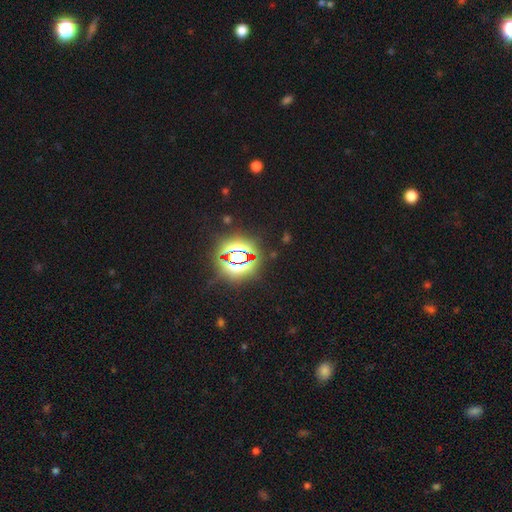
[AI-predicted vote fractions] Q: Smooth or featured?
A: star or artifact (83%); runner-up: smooth (10%)